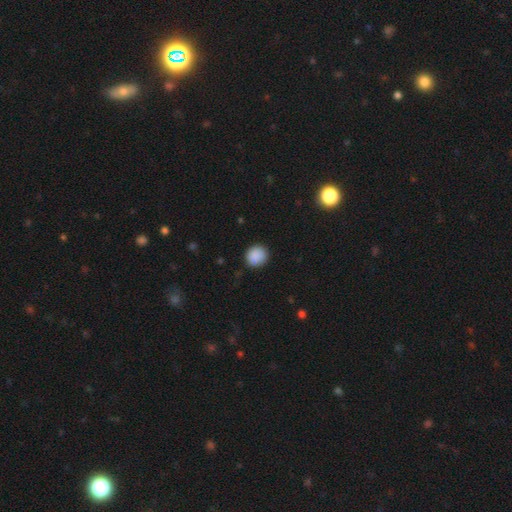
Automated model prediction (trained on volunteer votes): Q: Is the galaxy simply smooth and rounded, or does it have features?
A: smooth — 89%.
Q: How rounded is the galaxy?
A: round — 86%.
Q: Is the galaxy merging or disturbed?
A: none — 87%.